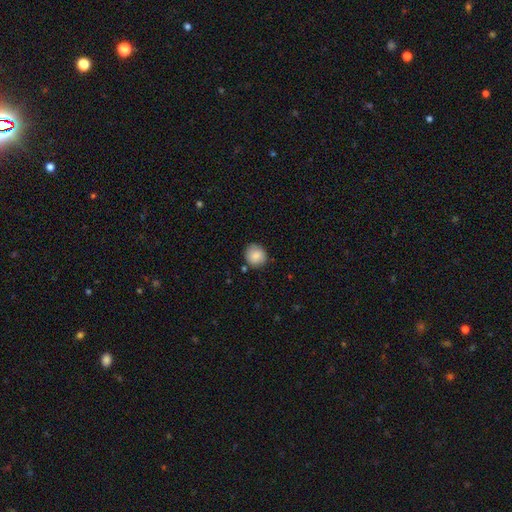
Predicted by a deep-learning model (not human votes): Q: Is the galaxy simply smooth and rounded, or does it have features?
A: smooth — 86%.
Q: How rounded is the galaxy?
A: round — 88%.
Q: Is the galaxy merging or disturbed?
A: none — 83%.